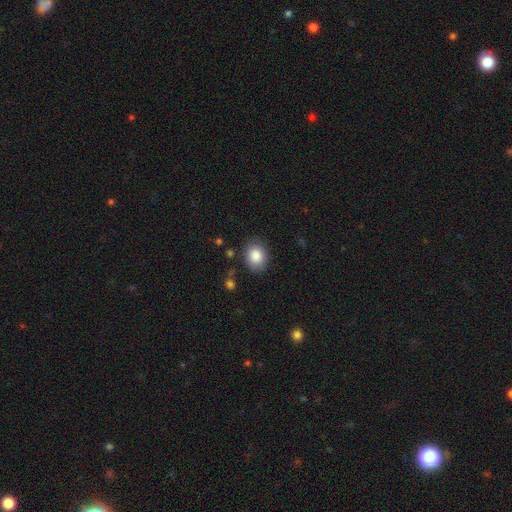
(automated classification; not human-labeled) Smooth or featured? smooth (86%)
How rounded? in between (52%)
Merging? none (82%)